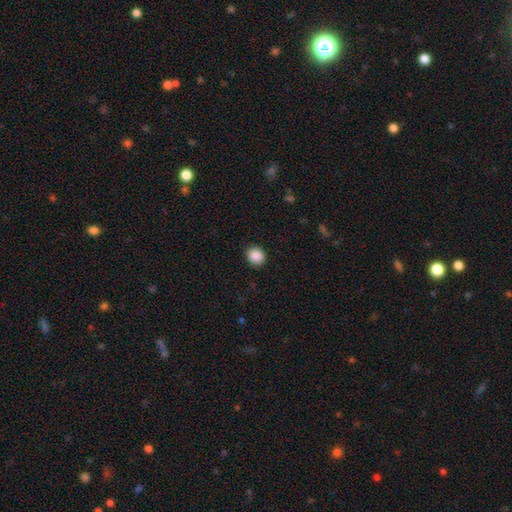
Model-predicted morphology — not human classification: Smooth or featured: smooth — 88% (star or artifact — 9%)
How rounded: round — 77% (in between — 22%)
Merging: none — 90% (minor disturbance — 7%)